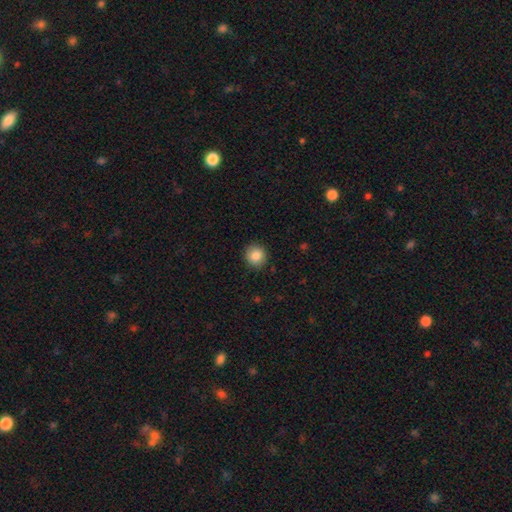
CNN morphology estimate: smooth 86%, star or artifact 9%, featured or disk 5%. Down the decision tree: how rounded — round (91%); merging — none (91%).